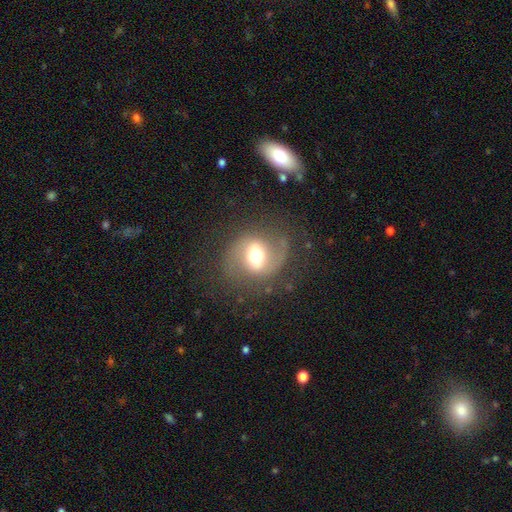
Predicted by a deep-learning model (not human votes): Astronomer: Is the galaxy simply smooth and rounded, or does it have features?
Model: featured or disk — 70%.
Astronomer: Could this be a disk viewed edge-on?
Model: no — 96%.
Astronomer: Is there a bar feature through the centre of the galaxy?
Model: weak — 42% (runner-up: strong, 34%).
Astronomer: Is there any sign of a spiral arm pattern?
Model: yes — 84%.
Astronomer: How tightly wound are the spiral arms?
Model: medium — 47% (runner-up: loose, 39%).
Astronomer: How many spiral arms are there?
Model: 2 — 86%.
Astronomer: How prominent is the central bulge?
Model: moderate — 59%.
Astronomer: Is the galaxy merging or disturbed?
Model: none — 73%.